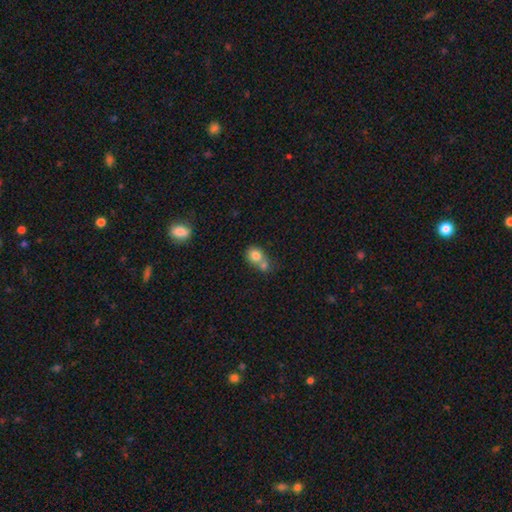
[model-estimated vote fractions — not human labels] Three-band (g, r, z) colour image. It shows a smooth galaxy with no disk features (78%) that is round (67%). Merging: merger (57%).